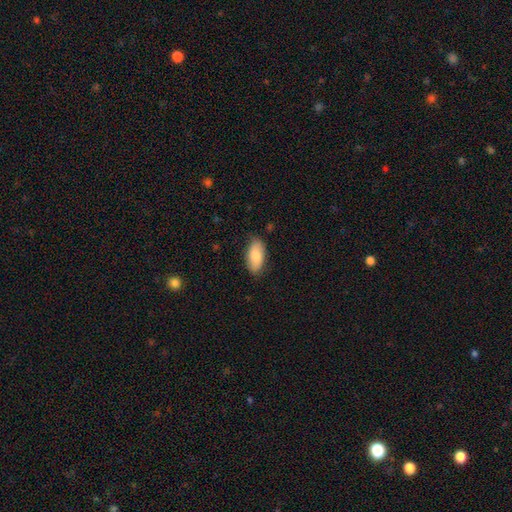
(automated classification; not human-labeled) Morphology: type=smooth (80%); roundness=in between (92%); merging=none (82%).